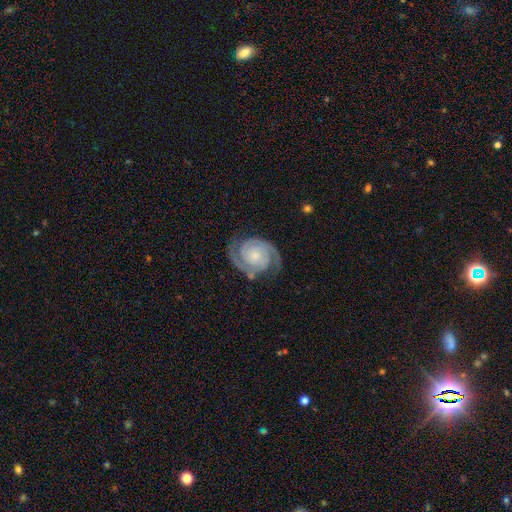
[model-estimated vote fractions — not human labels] Overall: featured or disk (91%). Edge-on disk: no (98%). Bar: no (75%). Spiral arms: yes (98%). Spiral arm count: 2 (92%). Spiral winding: tight (67%; medium 29%). Bulge size: small (62%; moderate 26%). Merging: none (78%).